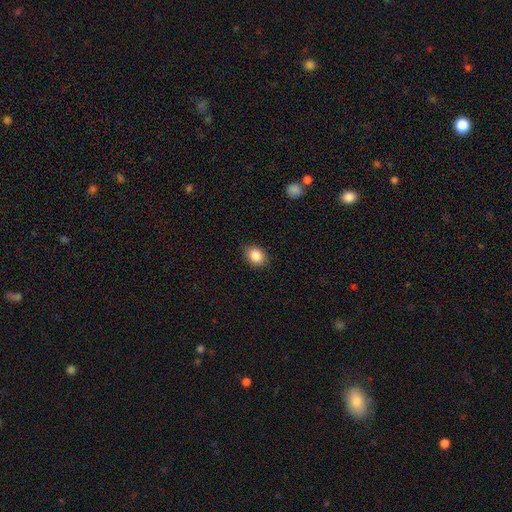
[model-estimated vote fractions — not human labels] Smooth or featured?
  - smooth: 87% *
  - star or artifact: 8%
  - featured or disk: 5%
How rounded?
  - in between: 63% *
  - round: 36%
  - cigar-shaped: 1%
Merging?
  - none: 88% *
  - minor disturbance: 9%
  - major disturbance: 2%
  - merger: 1%